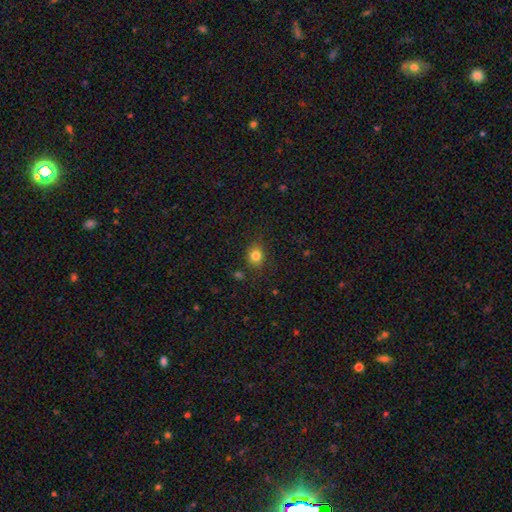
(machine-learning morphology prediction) smooth-or-featured: smooth: 81% | star or artifact: 12% | featured or disk: 6%
  how-rounded: round: 69% | in between: 30% | cigar-shaped: 1%
  merging: none: 82% | minor disturbance: 12% | major disturbance: 4% | merger: 2%